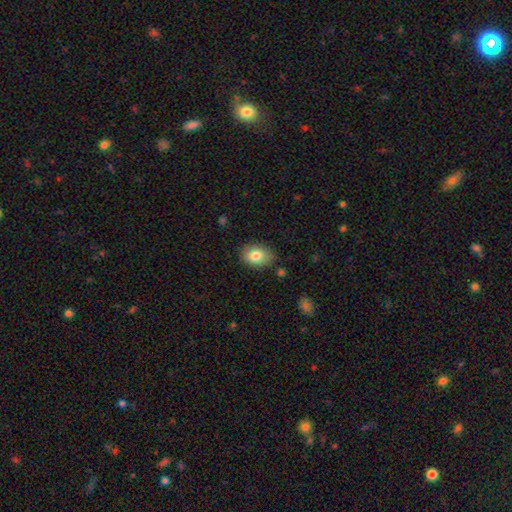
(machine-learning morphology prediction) Smooth or featured: smooth — 81% (featured or disk — 11%)
How rounded: in between — 79% (round — 20%)
Merging: none — 82% (minor disturbance — 14%)